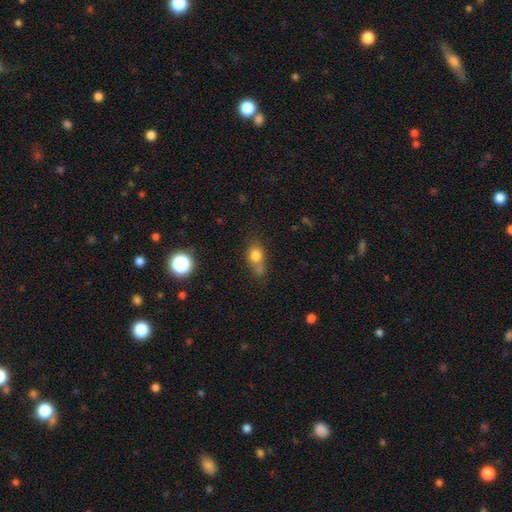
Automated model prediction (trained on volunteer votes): Smooth or featured: smooth — 75% (star or artifact — 13%)
How rounded: in between — 52% (round — 43%)
Merging: none — 42% (merger — 31%)